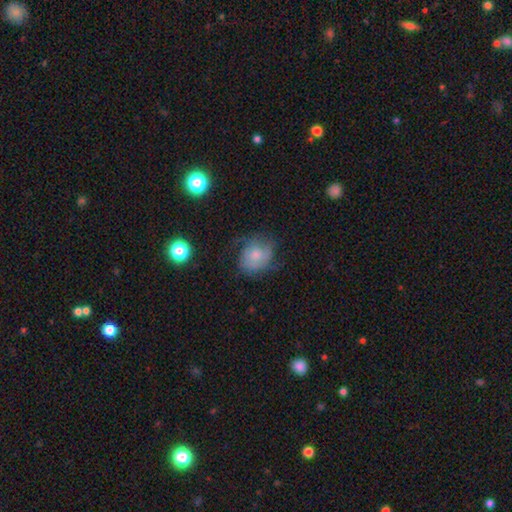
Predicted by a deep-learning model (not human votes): The model was most divided on "how rounded": round: 54%, in between: 45%, cigar-shaped: 1%. More confident: smooth or featured — smooth (53%); merging — none (51%).